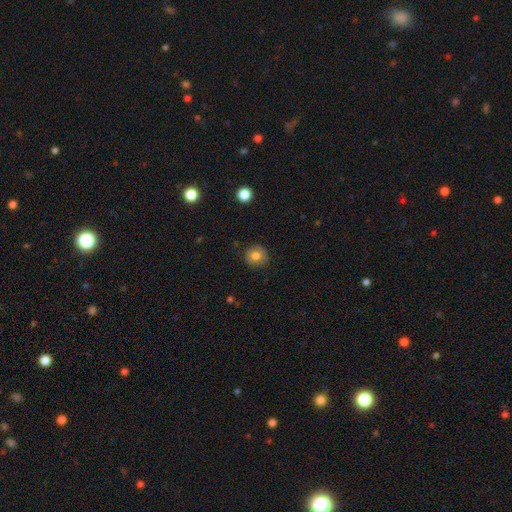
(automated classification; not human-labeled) A smooth galaxy with no disk features (75%) that is round (93%).

Vote fractions:
- Smooth or featured? smooth: 75% / featured or disk: 16% / star or artifact: 9%
- How rounded? round: 93% / in between: 6% / cigar-shaped: 1%
- Merging? none: 90% / minor disturbance: 7% / major disturbance: 2% / merger: 1%